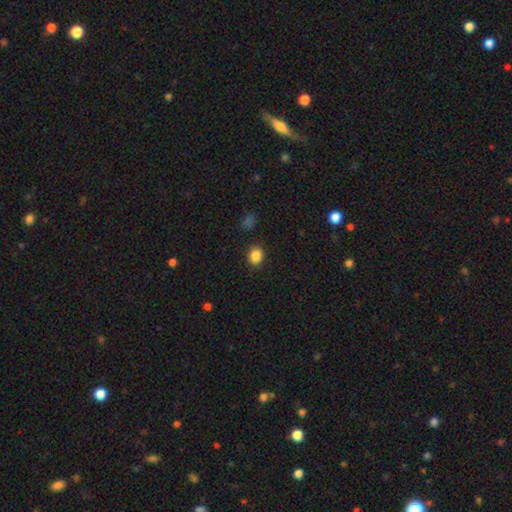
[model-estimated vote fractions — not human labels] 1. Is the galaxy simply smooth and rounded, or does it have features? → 86% smooth, 11% star or artifact, 4% featured or disk.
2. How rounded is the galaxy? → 65% round, 34% in between, 1% cigar-shaped.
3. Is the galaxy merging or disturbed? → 88% none, 8% minor disturbance, 2% major disturbance, 2% merger.